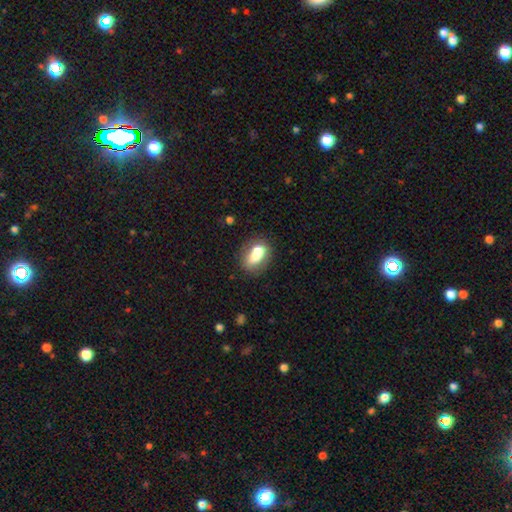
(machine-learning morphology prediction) smooth-or-featured: smooth: 69% | featured or disk: 22% | star or artifact: 10%
  how-rounded: in between: 75% | round: 21% | cigar-shaped: 4%
  merging: none: 42% | merger: 34% | minor disturbance: 16% | major disturbance: 7%